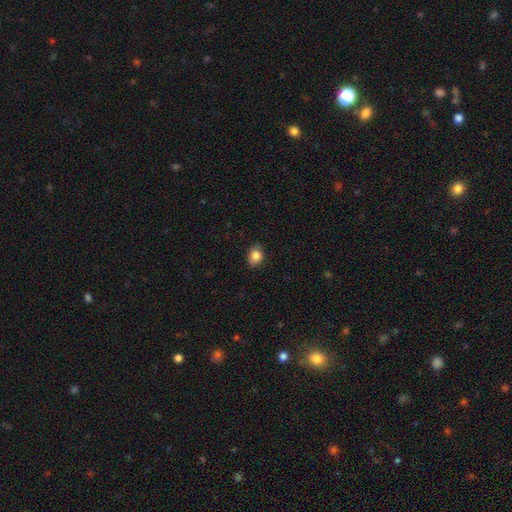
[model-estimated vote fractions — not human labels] Smooth or featured? smooth (85%)
How rounded? in between (59%)
Merging? none (83%)